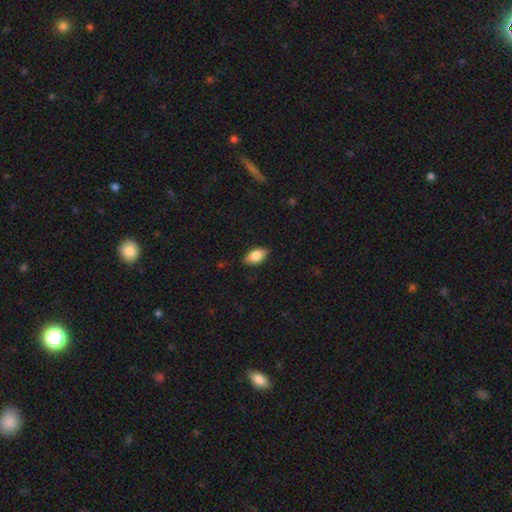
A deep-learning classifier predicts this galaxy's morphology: This appears to be a smooth galaxy with no disk features (81%) that is in between round and cigar-shaped (91%). Merging: none (86%).